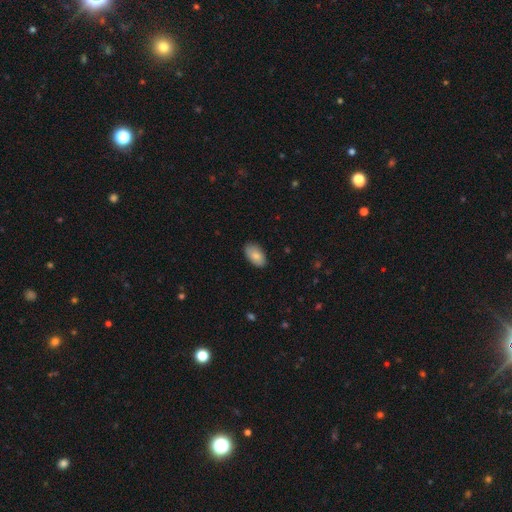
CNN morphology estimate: Smooth or featured?
  - smooth: 84% *
  - featured or disk: 9%
  - star or artifact: 6%
How rounded?
  - in between: 95% *
  - round: 4%
  - cigar-shaped: 2%
Merging?
  - none: 85% *
  - minor disturbance: 12%
  - major disturbance: 2%
  - merger: 1%